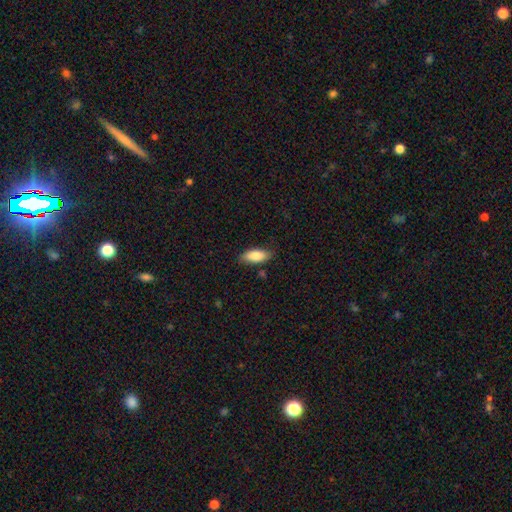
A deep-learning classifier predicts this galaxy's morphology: A smooth galaxy with no disk features (85%) that is in between round and cigar-shaped (83%). Merging: none (81%).